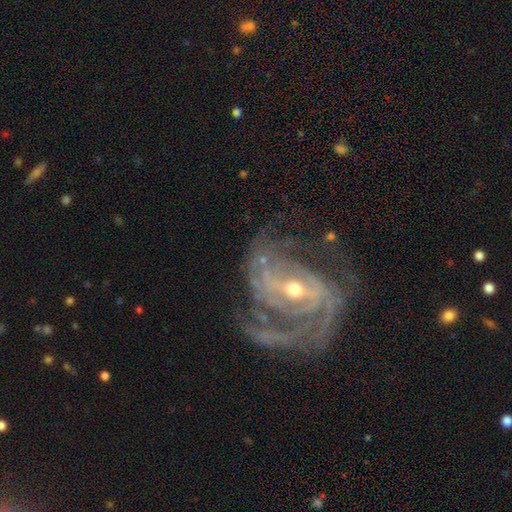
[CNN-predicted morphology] The model was most divided on "bar": strong: 41%, weak: 39%, no: 19%. Remaining: edge-on disk — no (97%); spiral arms — yes (97%); smooth or featured — featured or disk (90%); merging — none (56%); bulge size — small (53%); spiral winding — tight (47%); spiral arm count — 2 (36%).